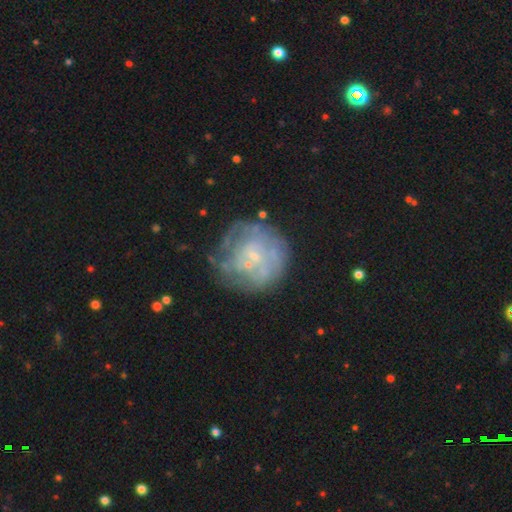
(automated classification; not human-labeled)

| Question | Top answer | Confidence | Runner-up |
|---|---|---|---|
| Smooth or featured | featured or disk | 60% | smooth (29%) |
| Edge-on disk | no | 98% | yes (2%) |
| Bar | no | 82% | weak (15%) |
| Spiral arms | no | 62% | yes (38%) |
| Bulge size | small | 66% | none (17%) |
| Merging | none | 61% | minor disturbance (20%) |